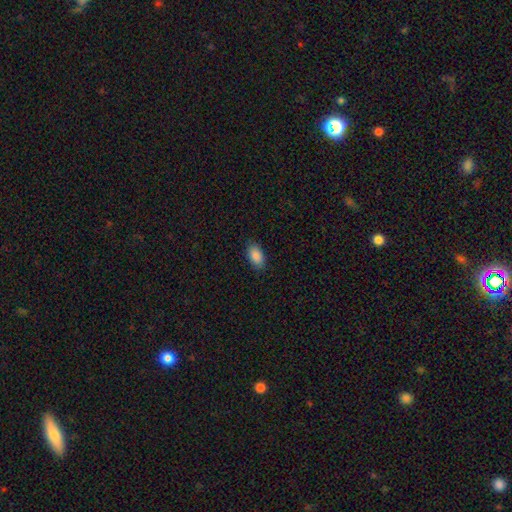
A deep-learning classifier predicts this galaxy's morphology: Smooth or featured?
  - smooth: 89% *
  - star or artifact: 7%
  - featured or disk: 4%
How rounded?
  - in between: 93% *
  - round: 4%
  - cigar-shaped: 2%
Merging?
  - none: 87% *
  - minor disturbance: 10%
  - major disturbance: 2%
  - merger: 1%